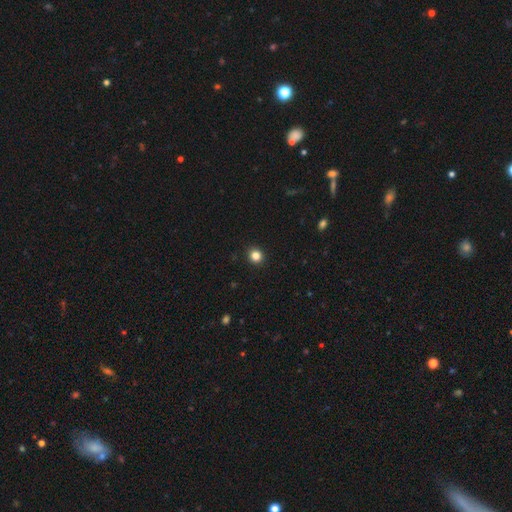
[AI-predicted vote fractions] This appears to be a smooth galaxy with no disk features (83%) that is round (91%). Merging: none (93%).